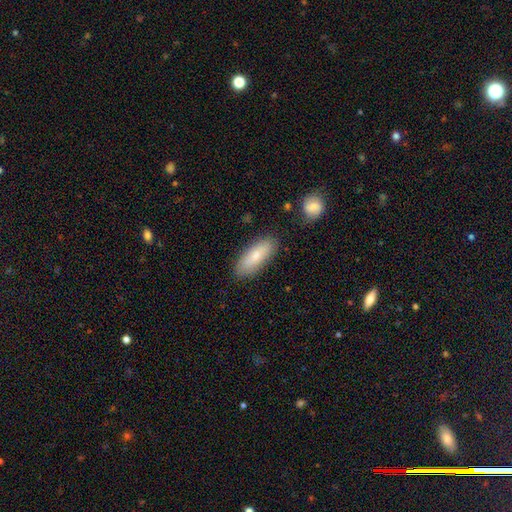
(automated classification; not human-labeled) Smooth or featured? smooth (74%)
How rounded? in between (70%)
Merging? none (83%)